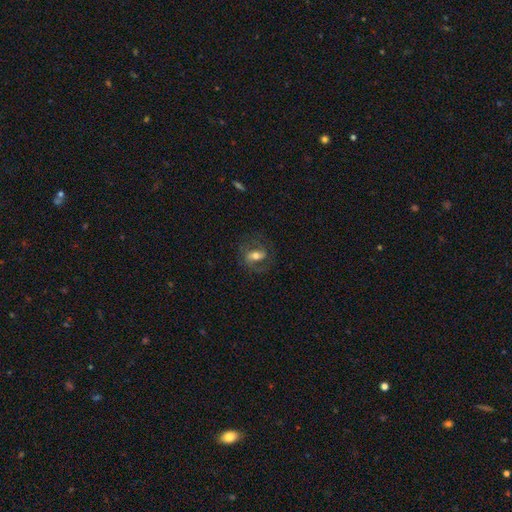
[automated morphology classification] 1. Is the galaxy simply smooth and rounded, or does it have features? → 55% featured or disk, 37% smooth, 8% star or artifact.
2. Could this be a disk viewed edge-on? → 91% no, 9% yes.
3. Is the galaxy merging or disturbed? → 67% none, 17% minor disturbance, 15% major disturbance, 1% merger.